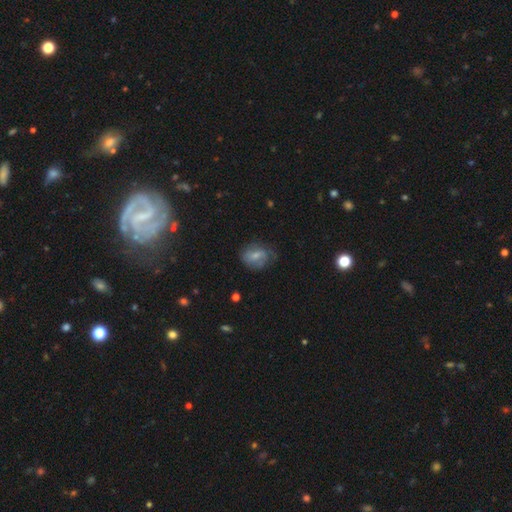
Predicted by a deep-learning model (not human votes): Q: Smooth or featured?
A: smooth (56%); runner-up: featured or disk (35%)
Q: How rounded?
A: in between (61%); runner-up: round (37%)
Q: Merging?
A: none (53%); runner-up: minor disturbance (30%)